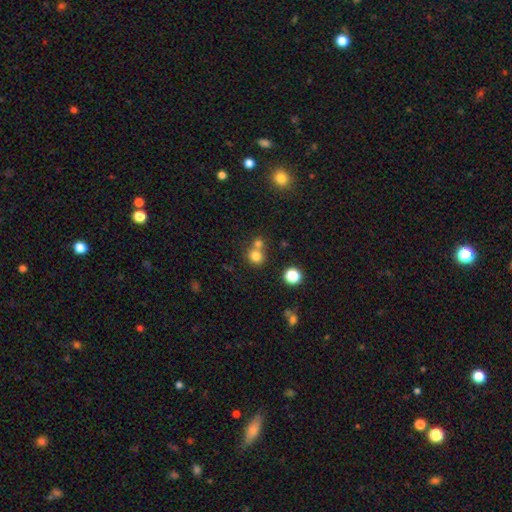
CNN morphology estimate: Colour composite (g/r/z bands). It shows a smooth galaxy with no disk features (78%) that is round (84%). Merging: none (51%).